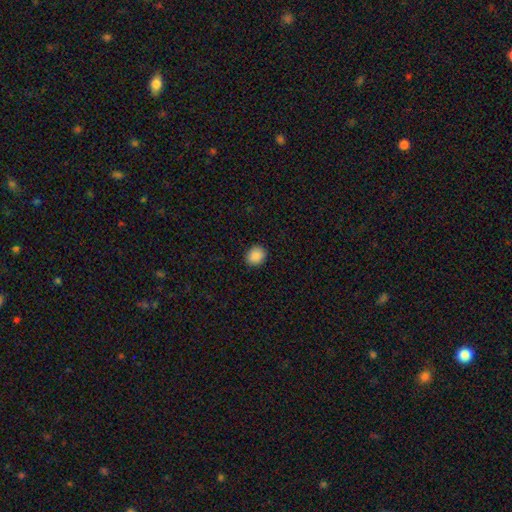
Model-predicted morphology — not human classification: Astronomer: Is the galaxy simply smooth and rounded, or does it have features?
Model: smooth — 89%.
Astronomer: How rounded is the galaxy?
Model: round — 71%.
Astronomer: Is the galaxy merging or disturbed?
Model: none — 90%.